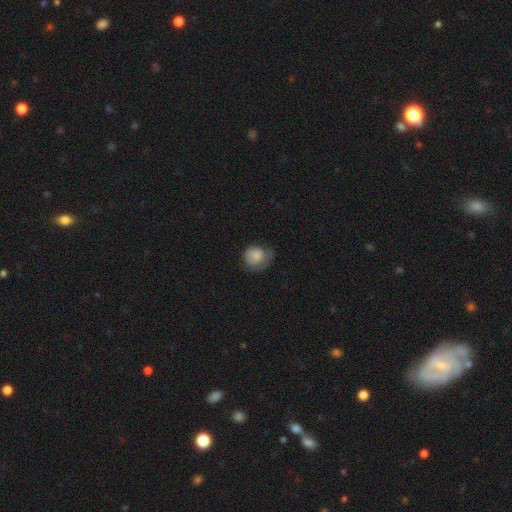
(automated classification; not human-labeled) smooth-or-featured: smooth: 77% | featured or disk: 15% | star or artifact: 8%
  how-rounded: round: 73% | in between: 26% | cigar-shaped: 1%
  merging: none: 40% | minor disturbance: 34% | major disturbance: 24% | merger: 2%